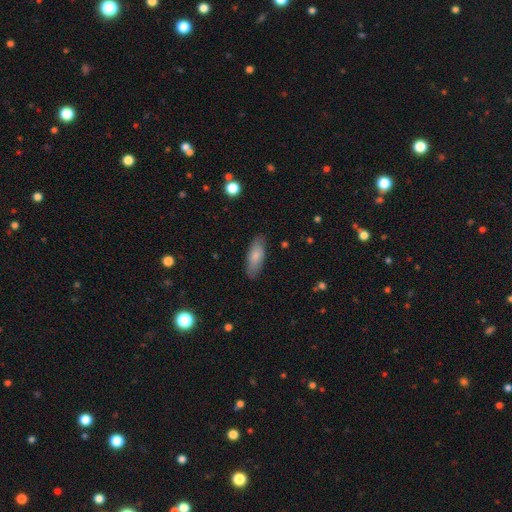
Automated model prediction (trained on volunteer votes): A smooth galaxy with no disk features (80%) that is in between round and cigar-shaped (73%). Merging: none (84%).